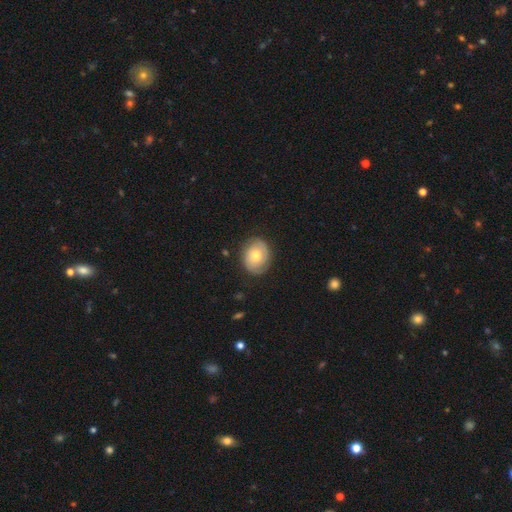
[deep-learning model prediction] Morphology: type=smooth (54%); roundness=round (57%); merging=none (80%).